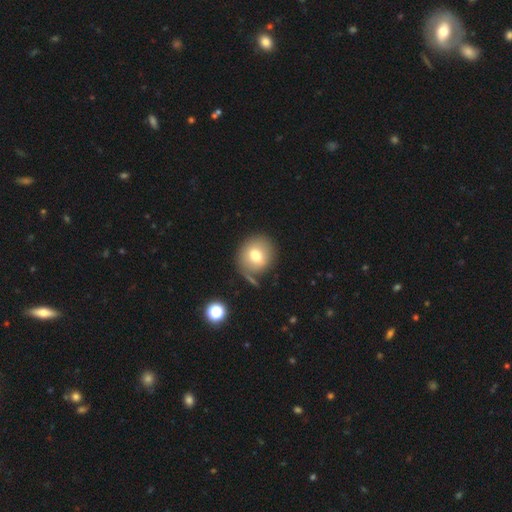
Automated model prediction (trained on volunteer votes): Smooth or featured? Predicted: smooth (p=0.73). How rounded? Predicted: round (p=0.82). Merging? Predicted: none (p=0.71).